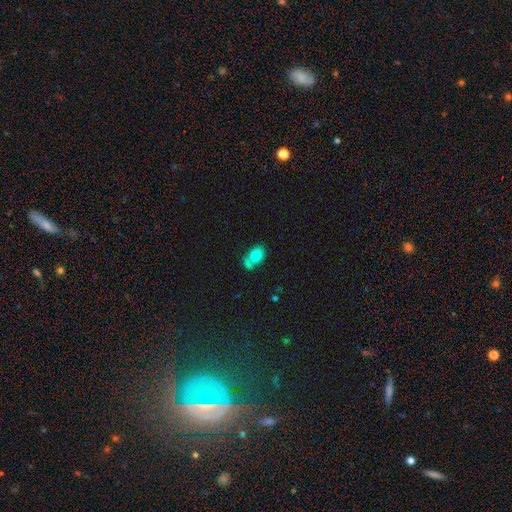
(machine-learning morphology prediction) Q: Smooth or featured?
A: smooth (79%); runner-up: featured or disk (12%)
Q: How rounded?
A: in between (69%); runner-up: round (29%)
Q: Merging?
A: merger (41%); runner-up: none (37%)